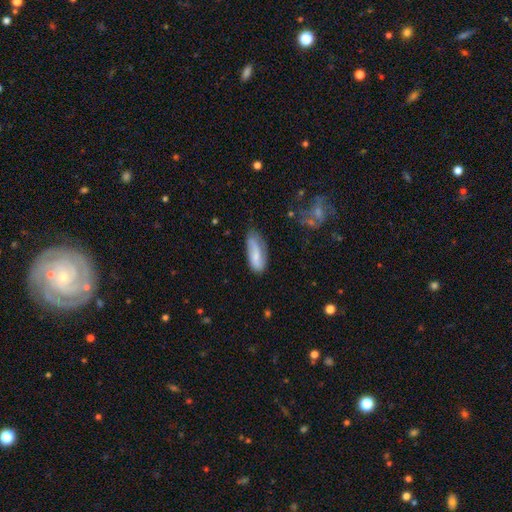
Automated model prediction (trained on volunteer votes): This is possibly a smooth galaxy (58%). How rounded: likely in between (75%). Merging: possibly none (54%).